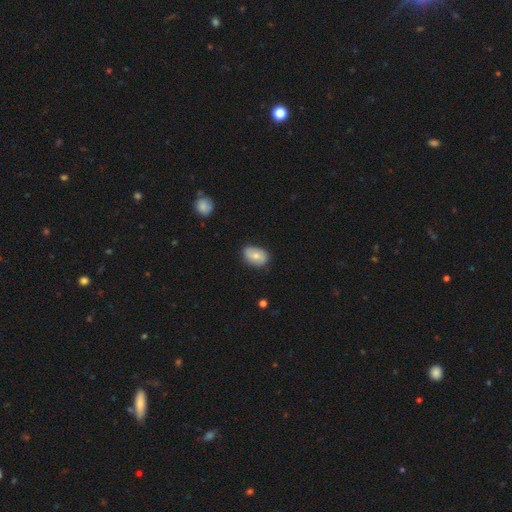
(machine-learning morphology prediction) A smooth galaxy with no disk features (72%) that is in between round and cigar-shaped (81%).

Vote fractions:
- Smooth or featured? smooth: 72% / featured or disk: 21% / star or artifact: 7%
- How rounded? in between: 81% / round: 17% / cigar-shaped: 1%
- Merging? none: 73% / minor disturbance: 22% / major disturbance: 3% / merger: 1%